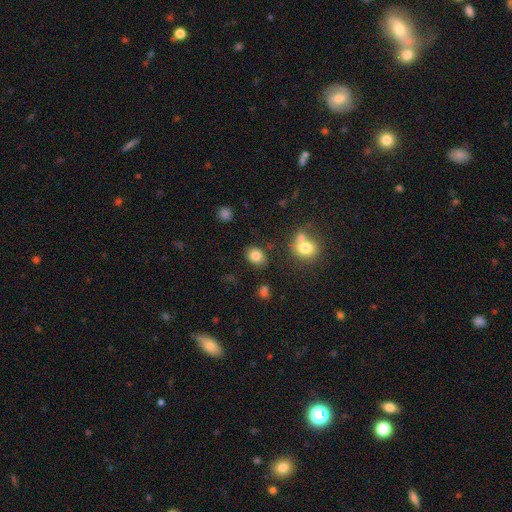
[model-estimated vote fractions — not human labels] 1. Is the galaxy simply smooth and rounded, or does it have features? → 82% smooth, 10% star or artifact, 7% featured or disk.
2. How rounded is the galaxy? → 58% in between, 41% round, 1% cigar-shaped.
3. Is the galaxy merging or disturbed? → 81% none, 11% minor disturbance, 5% merger, 3% major disturbance.